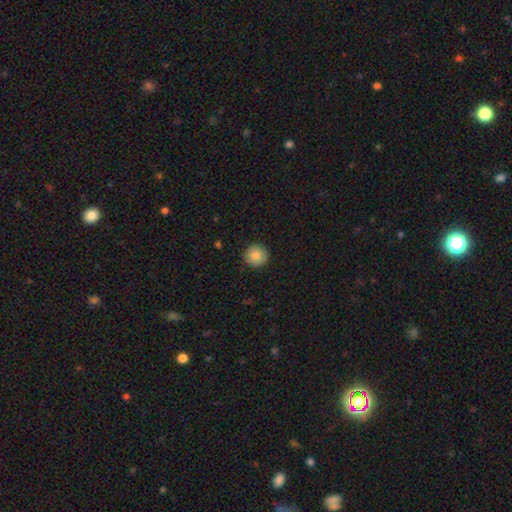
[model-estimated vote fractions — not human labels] Smooth or featured? smooth (84%)
How rounded? round (95%)
Merging? none (91%)